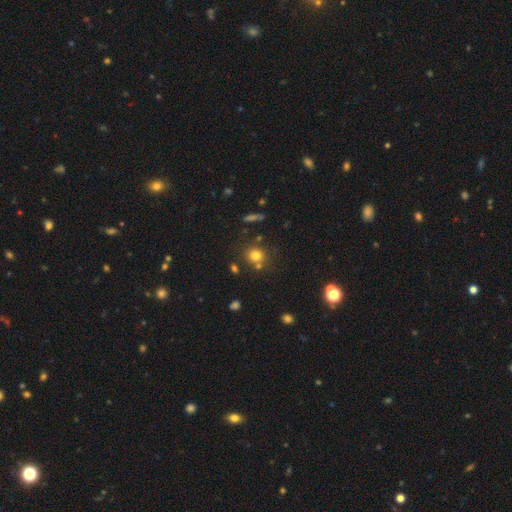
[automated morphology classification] smooth 75%, star or artifact 16%, featured or disk 9%. Down the decision tree: how rounded — round (85%); merging — none (72%).